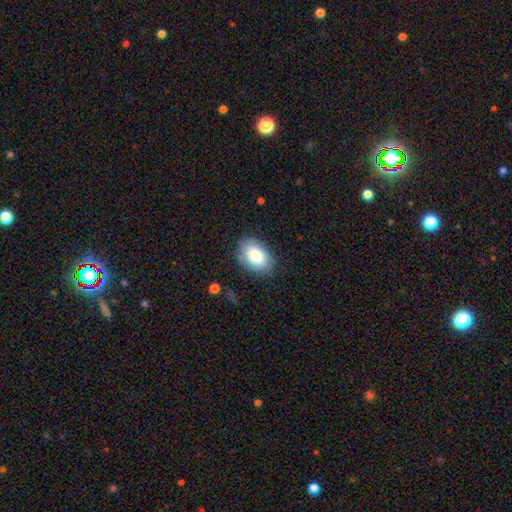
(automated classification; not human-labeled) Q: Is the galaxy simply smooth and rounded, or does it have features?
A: smooth — 85%.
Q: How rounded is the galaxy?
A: in between — 89%.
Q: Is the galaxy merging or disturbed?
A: none — 82%.